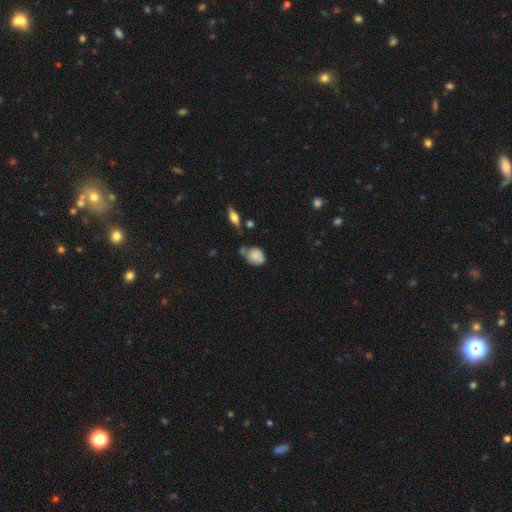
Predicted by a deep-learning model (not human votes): Smooth or featured?
  - smooth: 74% *
  - featured or disk: 17%
  - star or artifact: 8%
How rounded?
  - in between: 53% *
  - round: 46%
  - cigar-shaped: 2%
Merging?
  - none: 41% *
  - minor disturbance: 34%
  - merger: 14%
  - major disturbance: 11%